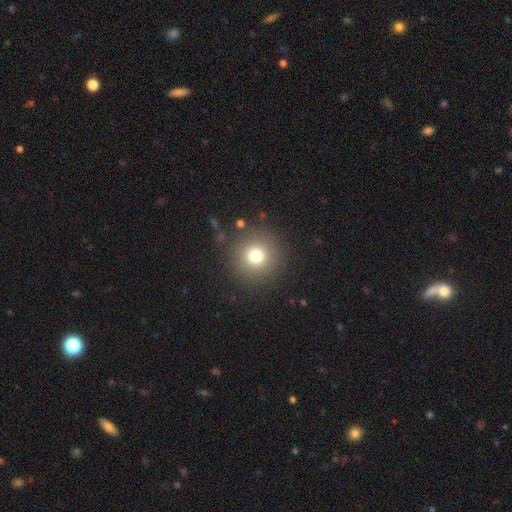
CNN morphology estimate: This is likely a smooth galaxy (76%). How rounded: clearly round (96%). Merging: clearly none (88%).